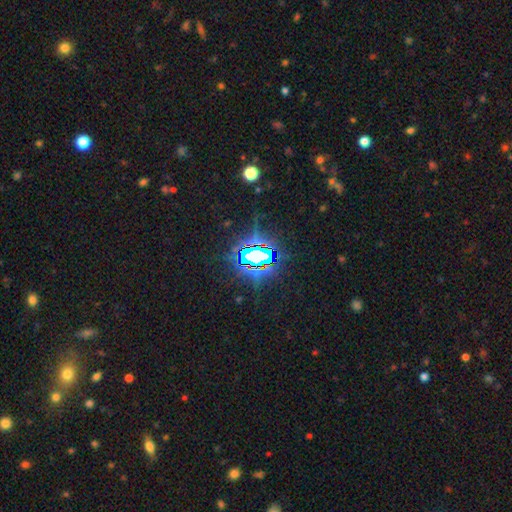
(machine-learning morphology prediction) This is likely a star or artifact rather than a galaxy (80%).